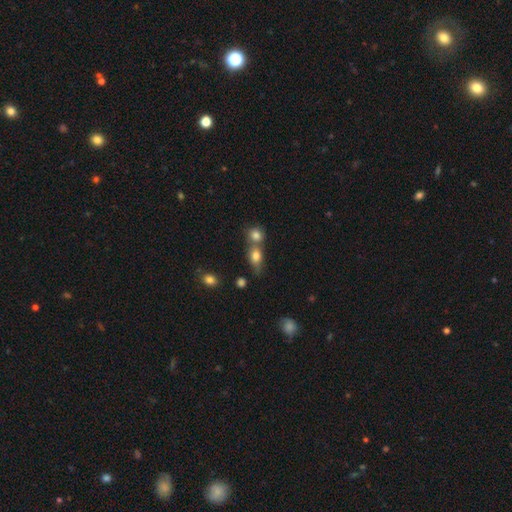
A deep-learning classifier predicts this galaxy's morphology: type=smooth (75%); roundness=in between (57%); merging=merger (49%).